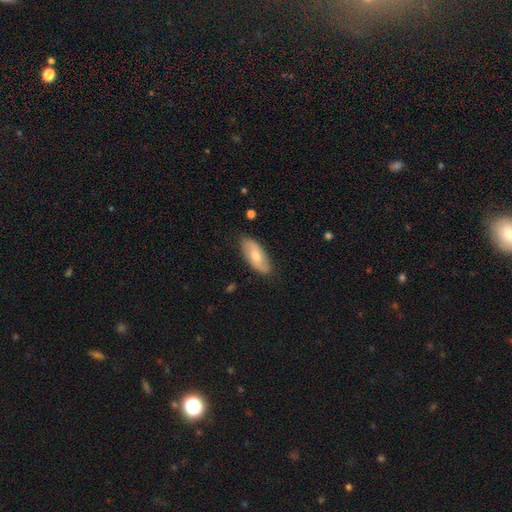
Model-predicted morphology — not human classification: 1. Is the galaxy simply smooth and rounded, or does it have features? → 59% smooth, 36% featured or disk, 5% star or artifact.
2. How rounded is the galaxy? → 87% in between, 10% cigar-shaped, 3% round.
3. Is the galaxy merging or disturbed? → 84% none, 13% minor disturbance, 2% major disturbance, 1% merger.